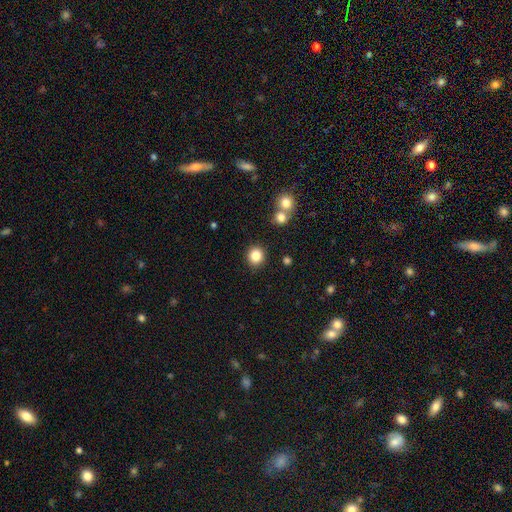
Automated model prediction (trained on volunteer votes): This appears to be a smooth galaxy with no disk features (83%) that is round (87%). Merging: none (88%).